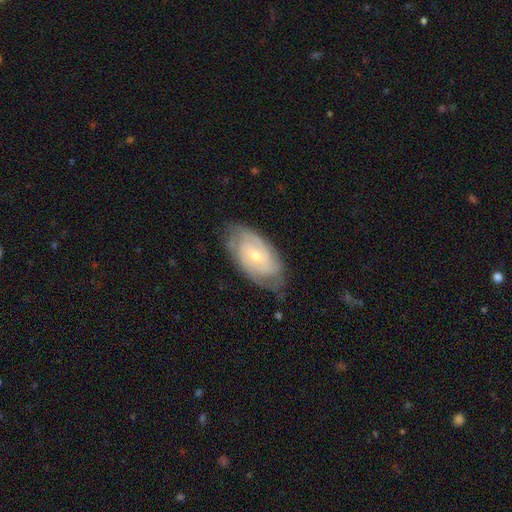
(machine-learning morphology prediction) The model was most divided on "spiral arm count": 2: 41%, can't tell: 33%, 3: 14%, 4: 5%, 1: 3%, more than 4: 3%. More confident: edge-on disk — no (94%); spiral arms — yes (92%); smooth or featured — featured or disk (78%); merging — none (72%); spiral winding — tight (63%); bar — no (62%); bulge size — small (59%).